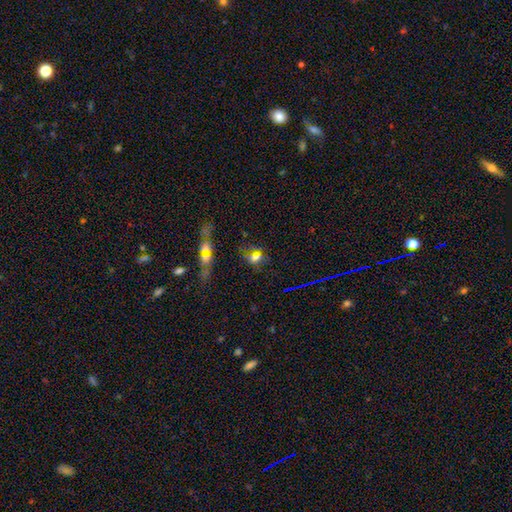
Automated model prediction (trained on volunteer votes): The model was most divided on "how rounded": round: 56%, in between: 39%, cigar-shaped: 4%. More confident: merging — none (59%); smooth or featured — smooth (56%).